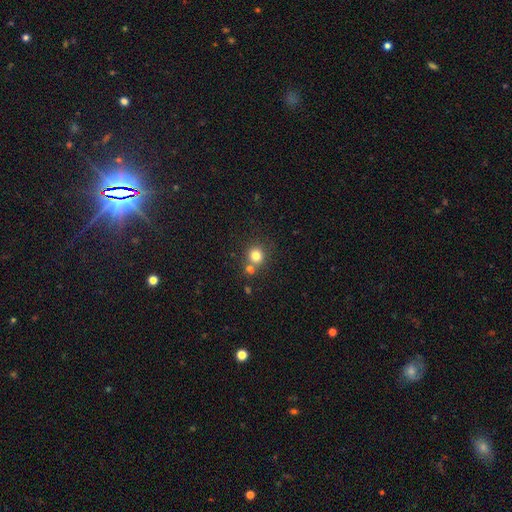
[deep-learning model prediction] A smooth galaxy with no disk features (79%) that is round (89%). Merging: none (62%).